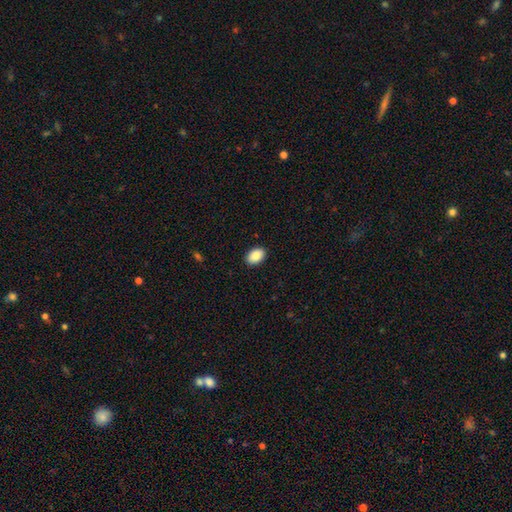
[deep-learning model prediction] This is clearly a smooth galaxy (88%). How rounded: clearly in between (87%). Merging: clearly none (90%).